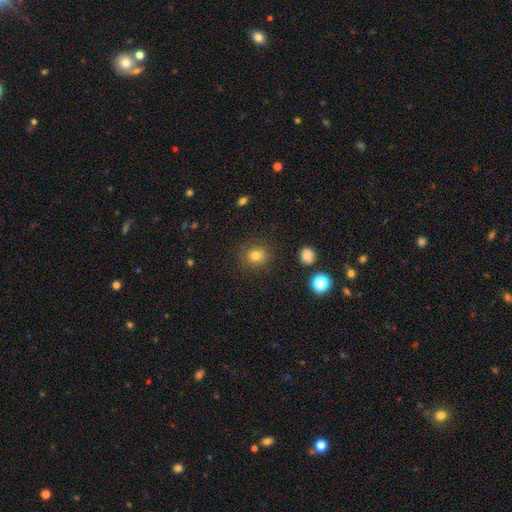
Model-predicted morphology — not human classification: A smooth galaxy with no disk features (78%) that is round (80%). Merging: none (83%).